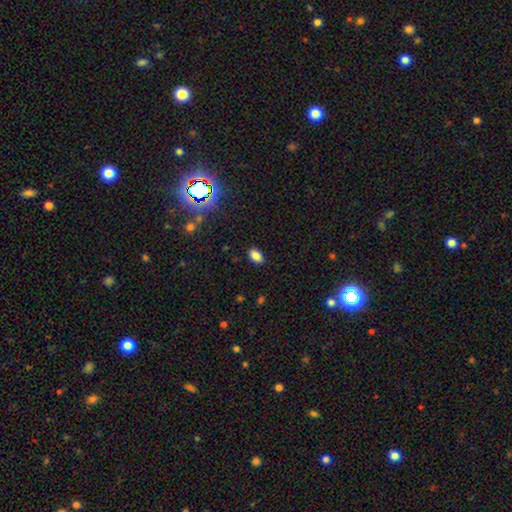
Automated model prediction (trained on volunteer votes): The model was most divided on "smooth or featured": smooth: 83%, star or artifact: 12%, featured or disk: 5%. More confident: how rounded — in between (91%); merging — none (88%).